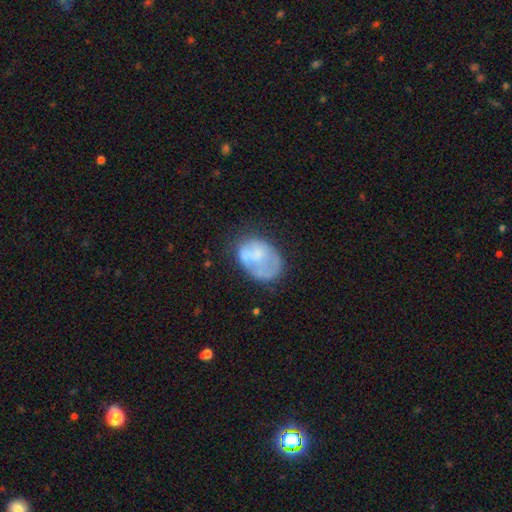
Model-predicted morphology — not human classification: Smooth or featured?
  - smooth: 54% *
  - featured or disk: 38%
  - star or artifact: 9%
How rounded?
  - in between: 73% *
  - round: 26%
  - cigar-shaped: 1%
Merging?
  - none: 46% *
  - minor disturbance: 29%
  - major disturbance: 20%
  - merger: 5%